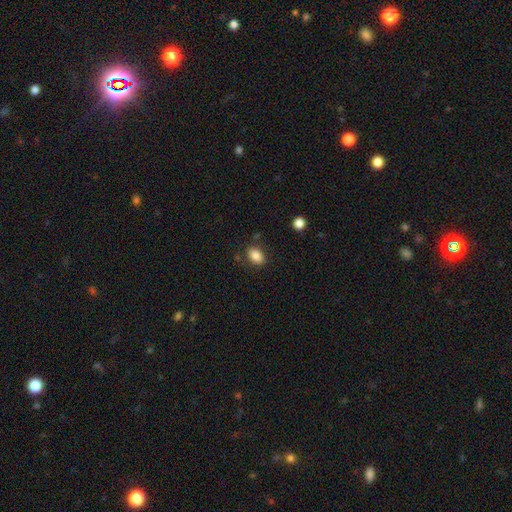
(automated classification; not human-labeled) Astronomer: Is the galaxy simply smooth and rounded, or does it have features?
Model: smooth — 86%.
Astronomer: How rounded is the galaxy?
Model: in between — 82%.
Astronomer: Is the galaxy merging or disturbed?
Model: none — 82%.